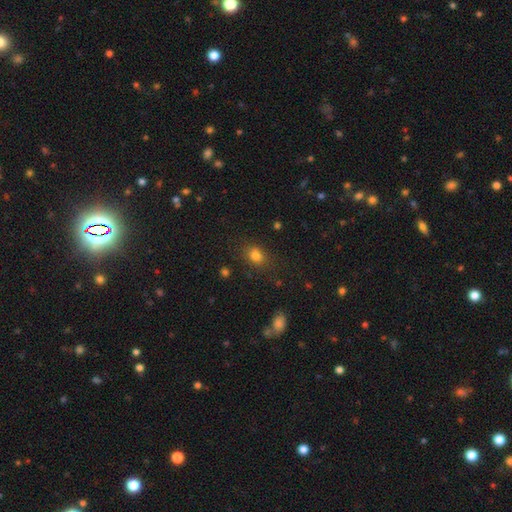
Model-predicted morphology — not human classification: This appears to be a smooth galaxy with no disk features (79%) that is in between round and cigar-shaped (56%). Merging: none (78%).